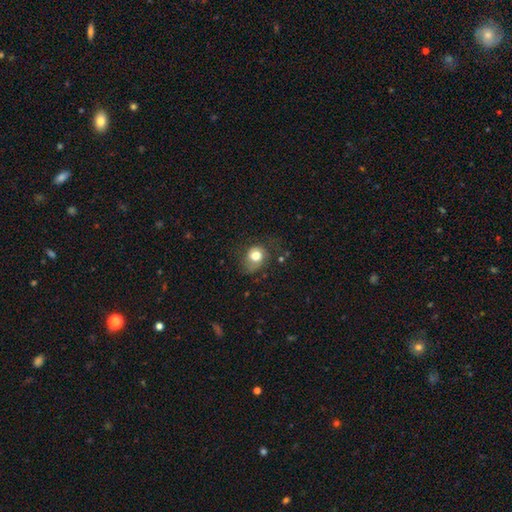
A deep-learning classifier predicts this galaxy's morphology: Smooth or featured: smooth — 75% (featured or disk — 16%)
How rounded: round — 62% (in between — 37%)
Merging: none — 52% (minor disturbance — 28%)